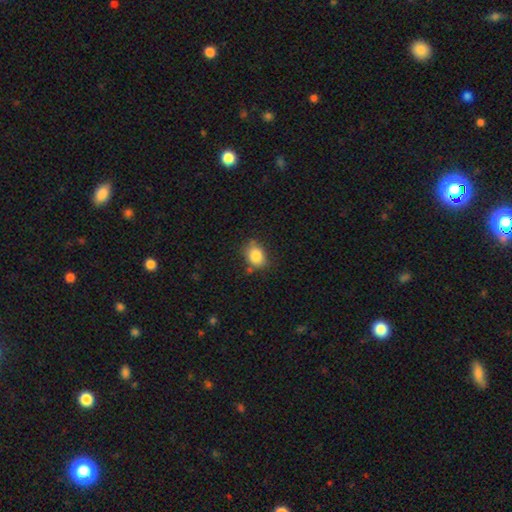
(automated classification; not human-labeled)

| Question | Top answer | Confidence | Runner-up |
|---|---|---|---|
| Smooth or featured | smooth | 84% | star or artifact (9%) |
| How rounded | in between | 63% | round (36%) |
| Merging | none | 67% | minor disturbance (23%) |